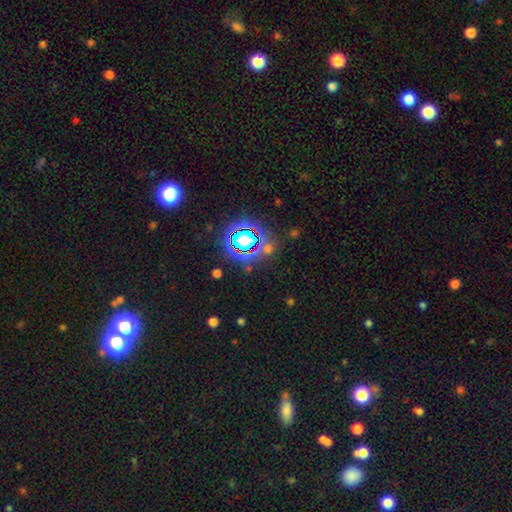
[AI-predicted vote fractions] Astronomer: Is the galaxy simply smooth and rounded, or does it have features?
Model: star or artifact — 79%.